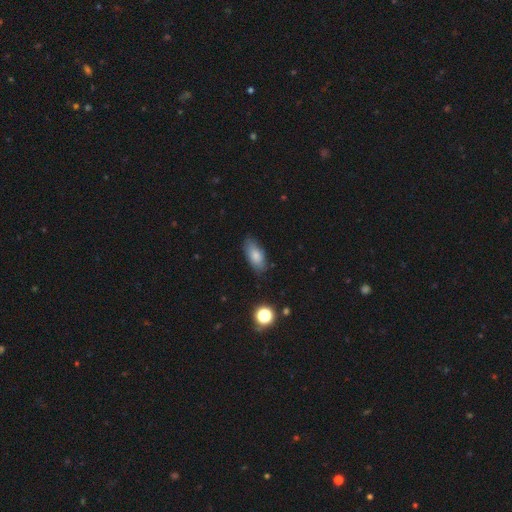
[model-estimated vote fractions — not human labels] Smooth or featured? Predicted: smooth (p=0.79). How rounded? Predicted: in between (p=0.86). Merging? Predicted: none (p=0.79).